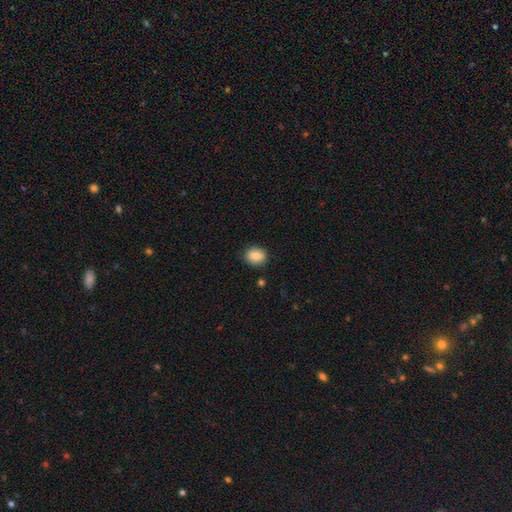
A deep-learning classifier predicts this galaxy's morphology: Smooth or featured?
  - smooth: 84% *
  - star or artifact: 8%
  - featured or disk: 8%
How rounded?
  - round: 57% *
  - in between: 42%
  - cigar-shaped: 1%
Merging?
  - none: 86% *
  - minor disturbance: 10%
  - major disturbance: 2%
  - merger: 2%